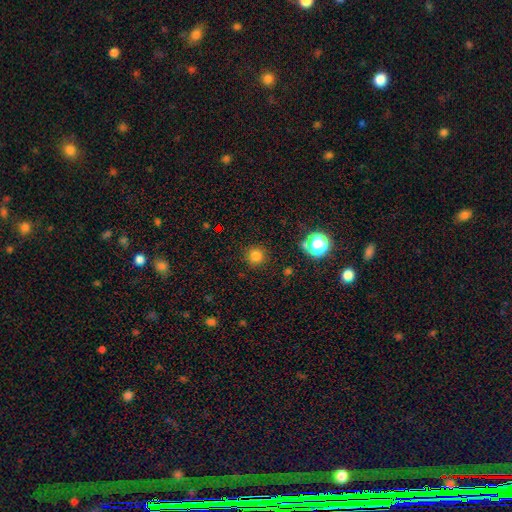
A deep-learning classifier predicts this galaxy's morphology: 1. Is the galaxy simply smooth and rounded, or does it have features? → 79% smooth, 16% star or artifact, 5% featured or disk.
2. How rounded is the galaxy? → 94% round, 5% in between, 1% cigar-shaped.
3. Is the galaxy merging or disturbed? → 90% none, 6% minor disturbance, 2% major disturbance, 1% merger.